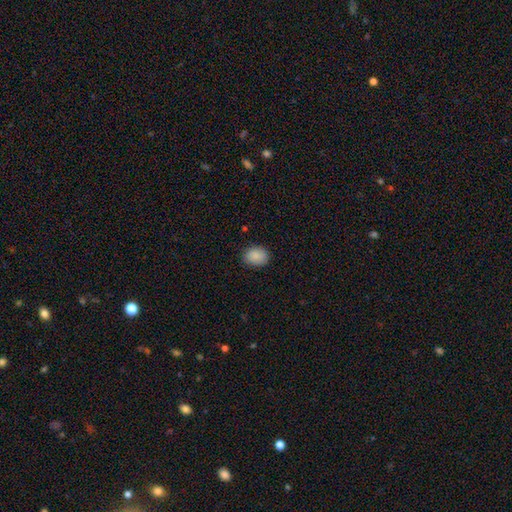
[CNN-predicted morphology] A smooth galaxy with no disk features (89%) that is in between round and cigar-shaped (56%).

Vote fractions:
- Smooth or featured? smooth: 89% / star or artifact: 7% / featured or disk: 4%
- How rounded? in between: 56% / round: 43% / cigar-shaped: 1%
- Merging? none: 86% / minor disturbance: 11% / major disturbance: 2% / merger: 1%